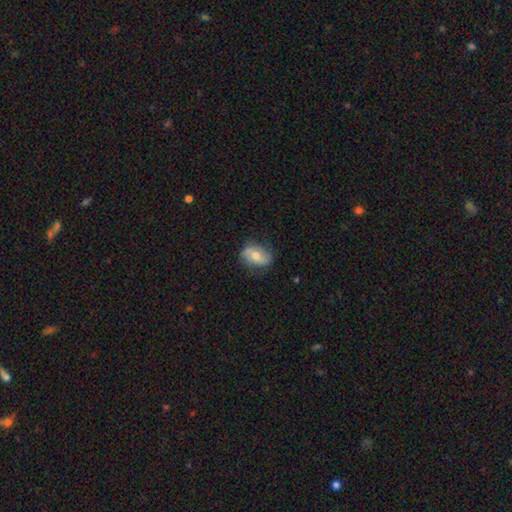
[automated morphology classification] Smooth or featured? Predicted: smooth (p=0.50). Merging? Predicted: none (p=0.72).